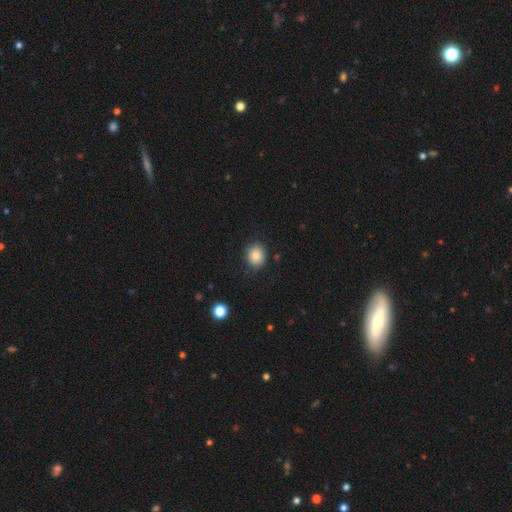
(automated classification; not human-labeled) Overall: smooth (86%). How rounded: round (75%). Merging: none (85%).